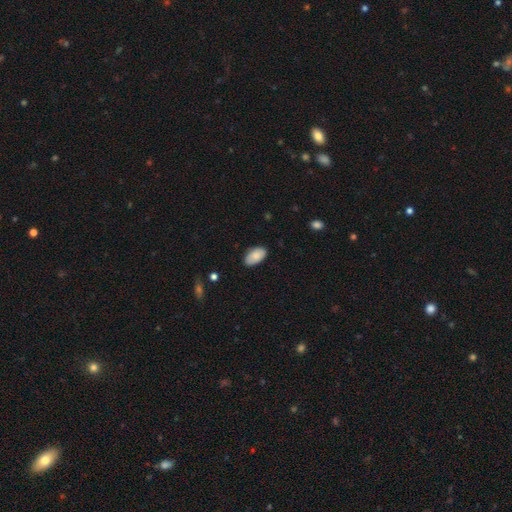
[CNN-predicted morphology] Smooth or featured? smooth (83%)
How rounded? in between (95%)
Merging? none (80%)